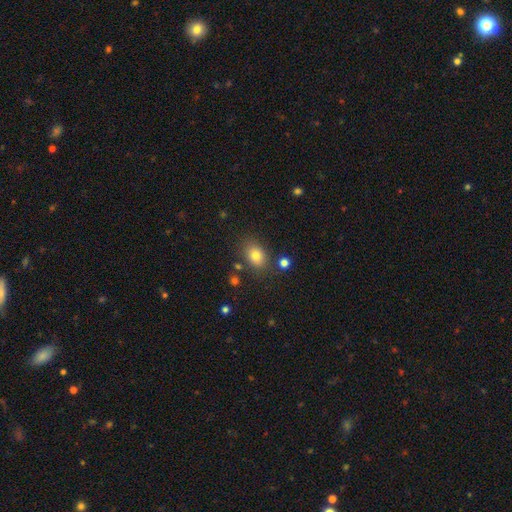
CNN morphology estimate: smooth-or-featured: smooth: 78% | star or artifact: 12% | featured or disk: 10%
  how-rounded: in between: 75% | round: 24% | cigar-shaped: 1%
  merging: none: 77% | minor disturbance: 13% | merger: 6% | major disturbance: 4%